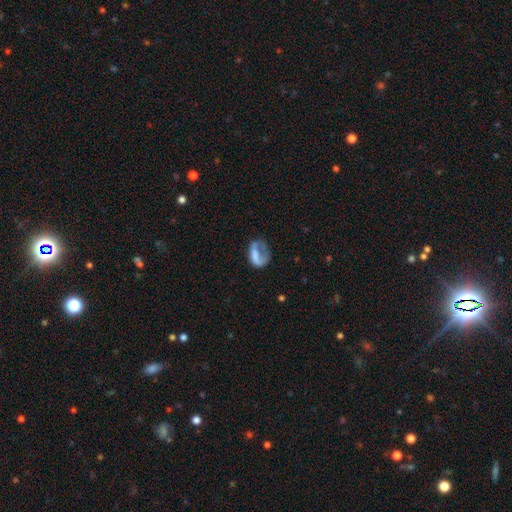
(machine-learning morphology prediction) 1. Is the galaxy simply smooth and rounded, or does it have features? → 53% smooth, 37% featured or disk, 10% star or artifact.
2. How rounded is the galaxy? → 71% in between, 26% round, 4% cigar-shaped.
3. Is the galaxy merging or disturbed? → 46% major disturbance, 28% none, 21% minor disturbance, 4% merger.